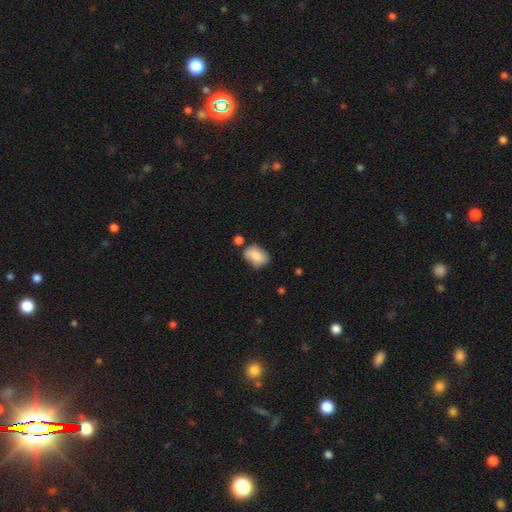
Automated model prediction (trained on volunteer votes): Smooth or featured? smooth (81%)
How rounded? in between (82%)
Merging? none (60%)